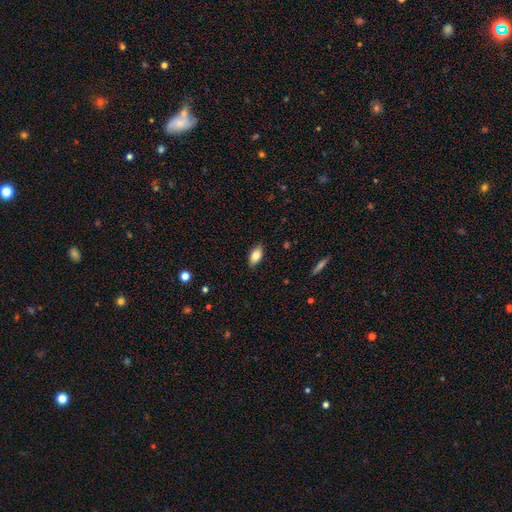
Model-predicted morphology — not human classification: The model was most divided on "smooth or featured": smooth: 81%, featured or disk: 12%, star or artifact: 7%. More confident: how rounded — in between (89%); merging — none (86%).